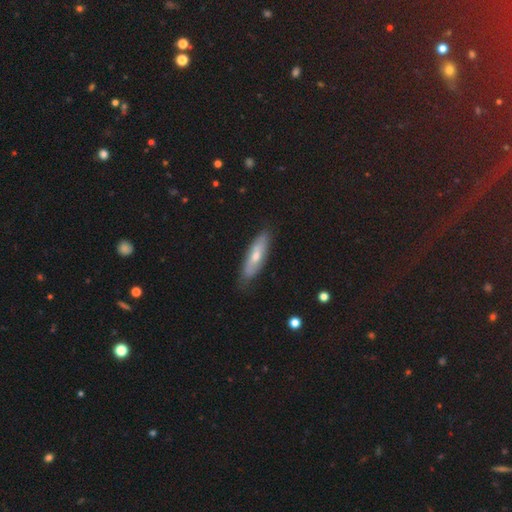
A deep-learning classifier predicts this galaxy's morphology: Overall: smooth (53%; featured or disk 41%). How rounded: cigar-shaped (56%; in between 41%). Merging: none (80%).